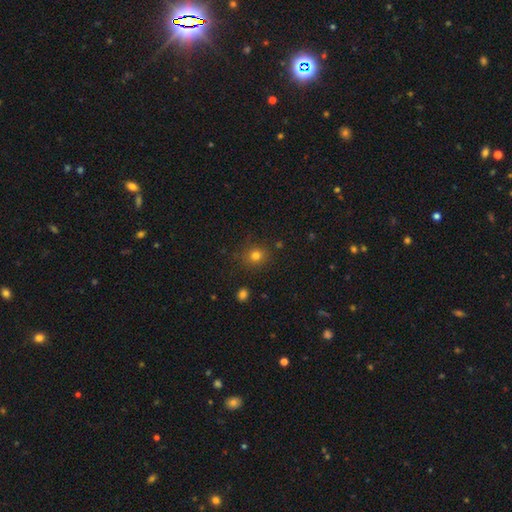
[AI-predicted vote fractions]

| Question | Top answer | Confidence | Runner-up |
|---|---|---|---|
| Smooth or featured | smooth | 79% | star or artifact (15%) |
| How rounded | round | 84% | in between (15%) |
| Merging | none | 85% | minor disturbance (10%) |